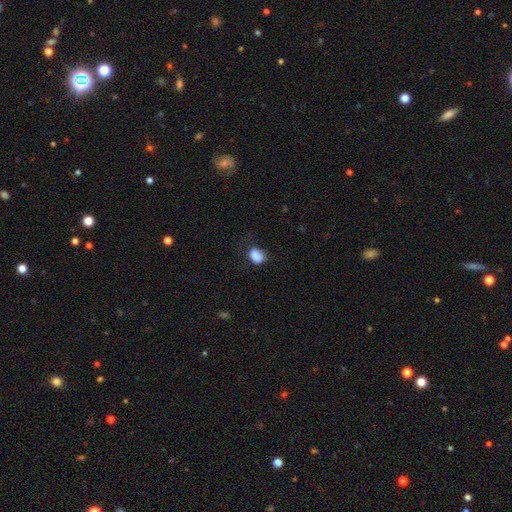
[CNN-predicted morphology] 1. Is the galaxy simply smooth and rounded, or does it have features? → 85% smooth, 9% star or artifact, 6% featured or disk.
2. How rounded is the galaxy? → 60% in between, 39% round, 1% cigar-shaped.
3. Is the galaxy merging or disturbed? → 54% none, 31% minor disturbance, 12% major disturbance, 3% merger.